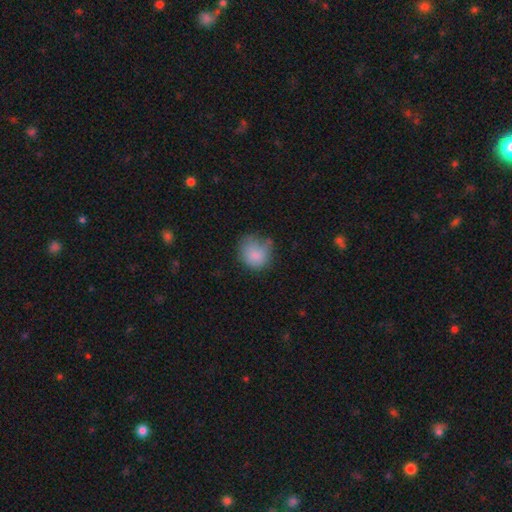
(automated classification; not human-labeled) Smooth or featured? Predicted: smooth (p=0.82). How rounded? Predicted: round (p=0.75). Merging? Predicted: none (p=0.52).